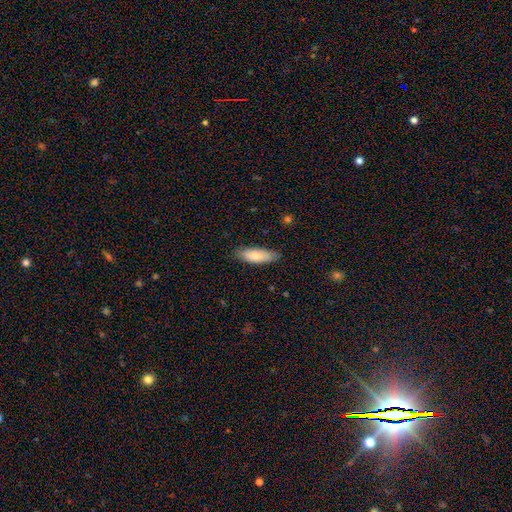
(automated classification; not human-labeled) Smooth or featured? smooth (83%)
How rounded? in between (59%)
Merging? none (81%)